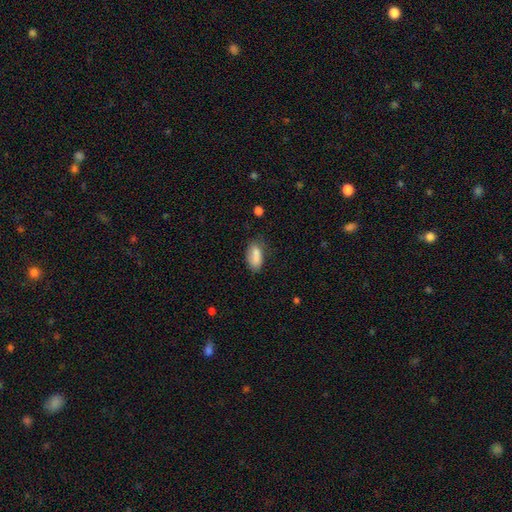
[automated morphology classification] This appears to be a smooth galaxy with no disk features (82%) that is in between round and cigar-shaped (87%). Merging: none (61%).